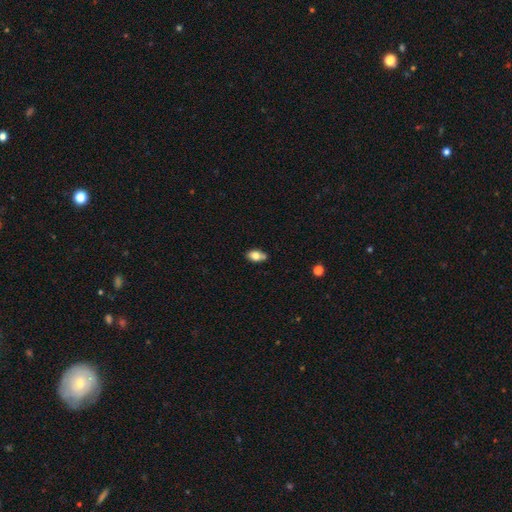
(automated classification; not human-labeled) Q: Smooth or featured?
A: smooth (78%); runner-up: featured or disk (13%)
Q: How rounded?
A: in between (89%); runner-up: round (8%)
Q: Merging?
A: none (67%); runner-up: minor disturbance (20%)